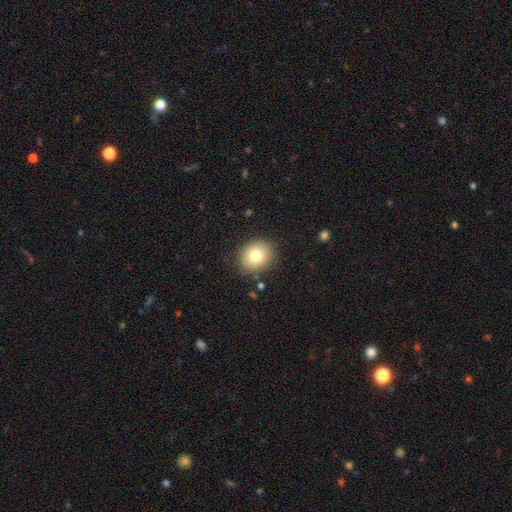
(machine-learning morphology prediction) Smooth or featured? Predicted: smooth (p=0.77). How rounded? Predicted: round (p=0.71). Merging? Predicted: none (p=0.87).